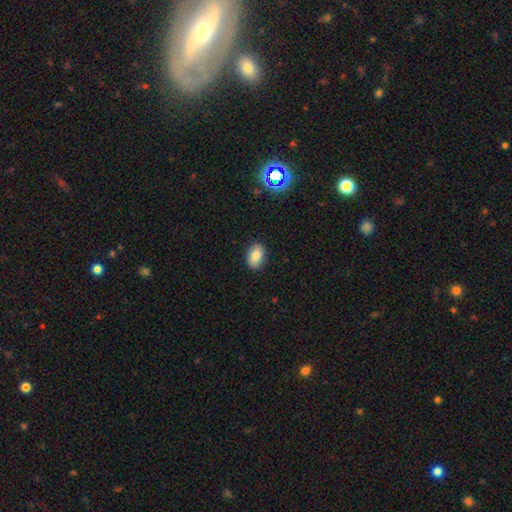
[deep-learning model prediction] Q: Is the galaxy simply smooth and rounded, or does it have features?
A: smooth — 85%.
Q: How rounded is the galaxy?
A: in between — 88%.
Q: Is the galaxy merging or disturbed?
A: none — 88%.